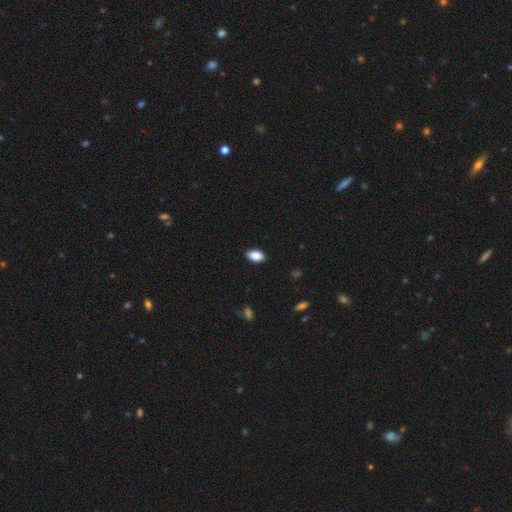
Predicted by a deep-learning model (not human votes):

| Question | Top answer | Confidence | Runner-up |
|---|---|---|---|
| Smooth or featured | smooth | 86% | star or artifact (8%) |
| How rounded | in between | 91% | round (6%) |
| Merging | none | 88% | minor disturbance (9%) |